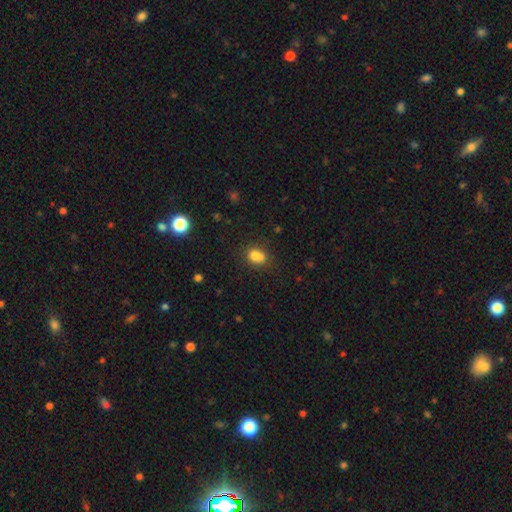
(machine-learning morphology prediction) Smooth or featured? Predicted: smooth (p=0.74). How rounded? Predicted: round (p=0.56). Merging? Predicted: merger (p=0.41, tied with none).